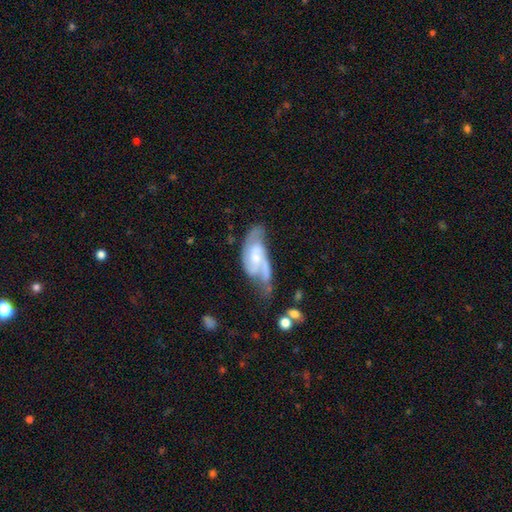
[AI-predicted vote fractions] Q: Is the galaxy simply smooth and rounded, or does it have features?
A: featured or disk — 81%.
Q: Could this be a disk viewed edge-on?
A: no — 95%.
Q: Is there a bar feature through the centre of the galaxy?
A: no — 48%.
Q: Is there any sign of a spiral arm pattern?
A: yes — 94%.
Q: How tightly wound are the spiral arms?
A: medium — 51%.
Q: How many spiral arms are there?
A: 2 — 68%.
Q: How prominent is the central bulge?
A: small — 48%.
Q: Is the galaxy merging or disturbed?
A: none — 46%.